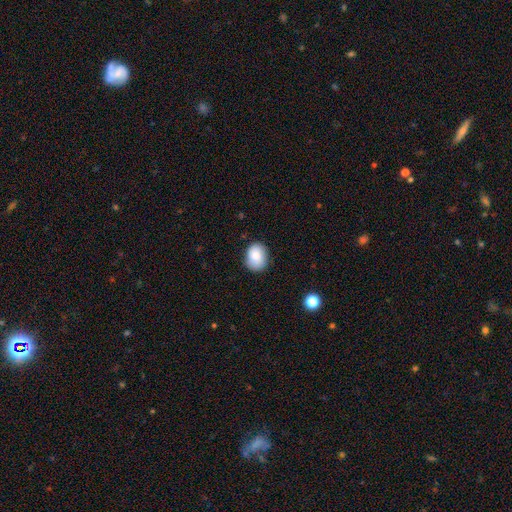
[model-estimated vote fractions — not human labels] smooth-or-featured: smooth: 83% | featured or disk: 9% | star or artifact: 8%
  how-rounded: in between: 59% | round: 40% | cigar-shaped: 1%
  merging: none: 80% | minor disturbance: 15% | major disturbance: 3% | merger: 1%